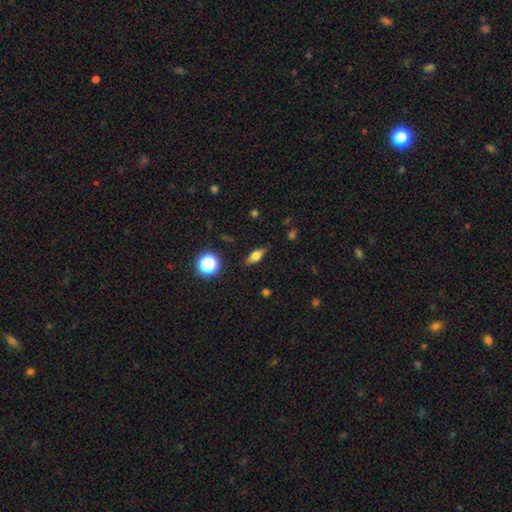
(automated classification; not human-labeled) Smooth or featured?
  - smooth: 54% *
  - featured or disk: 35%
  - star or artifact: 11%
How rounded?
  - in between: 62% *
  - cigar-shaped: 26%
  - round: 13%
Merging?
  - none: 86% *
  - minor disturbance: 10%
  - major disturbance: 2%
  - merger: 1%